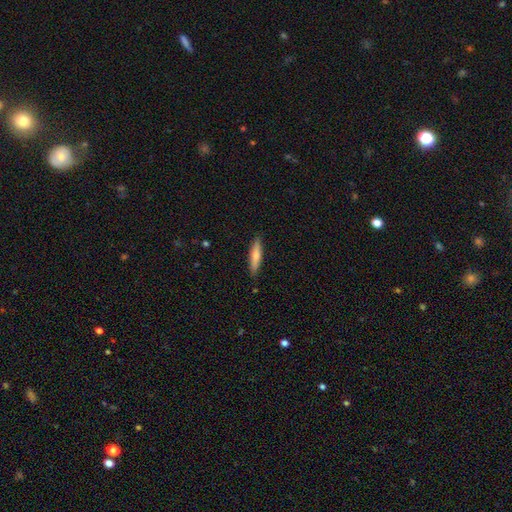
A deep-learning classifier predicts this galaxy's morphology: This is likely a smooth galaxy (67%). How rounded: clearly cigar-shaped (82%). Merging: clearly none (88%).